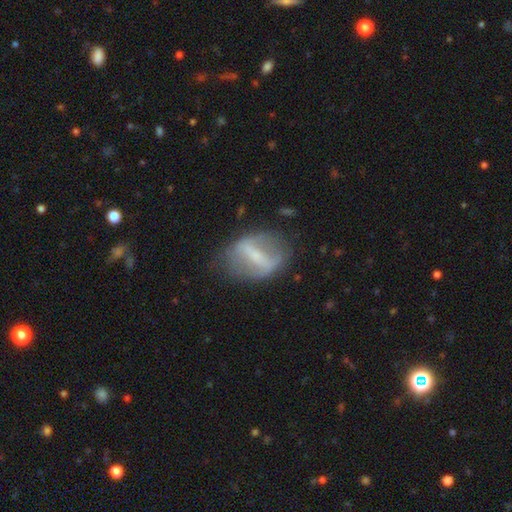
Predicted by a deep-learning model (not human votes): A featured or disk galaxy (63%) with a strong bar (66%), no spiral arms (69%) and a small central bulge (44%).

Vote fractions:
- Smooth or featured? featured or disk: 63% / smooth: 29% / star or artifact: 8%
- Edge-on disk? no: 90% / yes: 10%
- Bar? strong: 66% / weak: 24% / no: 10%
- Spiral arms? no: 69% / yes: 31%
- Bulge size? small: 44% / none: 26% / moderate: 24% / large: 4% / dominant: 1%
- Merging? none: 63% / minor disturbance: 21% / major disturbance: 14% / merger: 2%